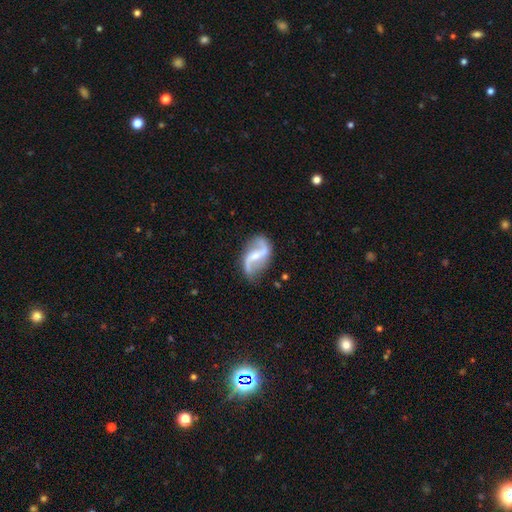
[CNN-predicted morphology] Smooth or featured? Predicted: featured or disk (p=0.89). Edge-on disk? Predicted: no (p=0.97). Bar? Predicted: weak (p=0.38). Spiral arms? Predicted: yes (p=0.95). Spiral winding? Predicted: loose (p=0.79). Spiral arm count? Predicted: 2 (p=0.93). Bulge size? Predicted: small (p=0.54). Merging? Predicted: none (p=0.78).